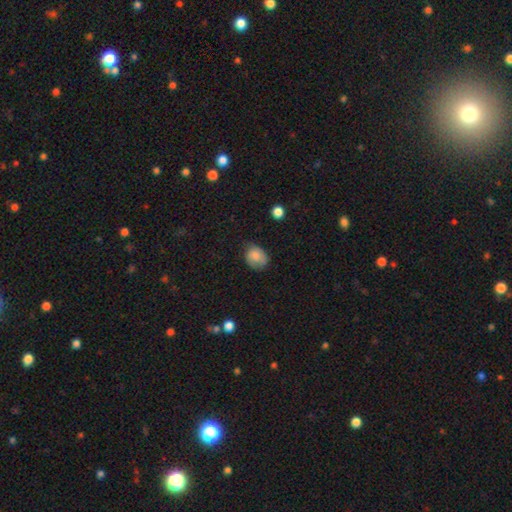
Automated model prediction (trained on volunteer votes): Smooth or featured? Predicted: smooth (p=0.81). How rounded? Predicted: in between (p=0.53). Merging? Predicted: none (p=0.58).